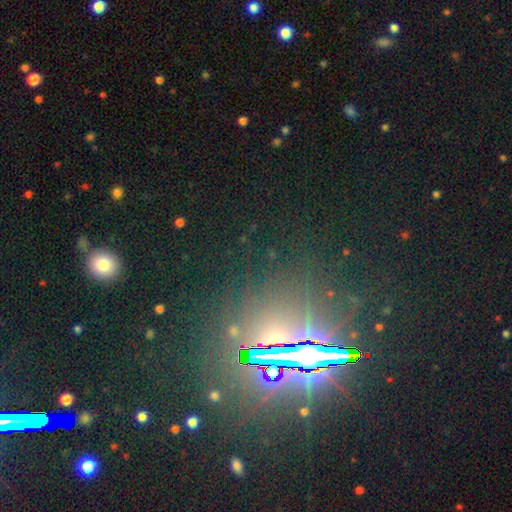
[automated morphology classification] type=star or artifact (82%).